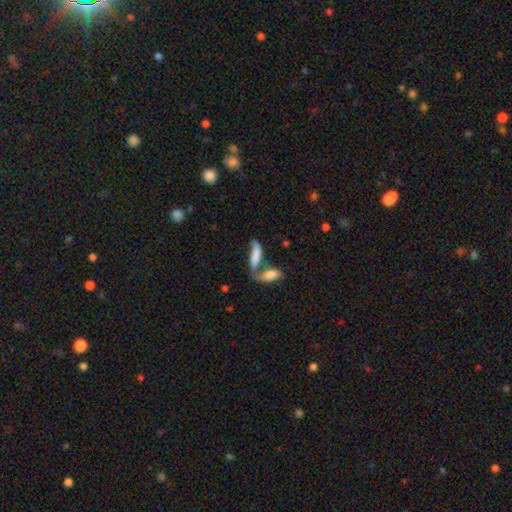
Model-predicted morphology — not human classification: Smooth or featured?
  - smooth: 68% *
  - featured or disk: 23%
  - star or artifact: 8%
How rounded?
  - cigar-shaped: 50% *
  - in between: 48%
  - round: 3%
Merging?
  - merger: 61% *
  - none: 23%
  - minor disturbance: 9%
  - major disturbance: 7%